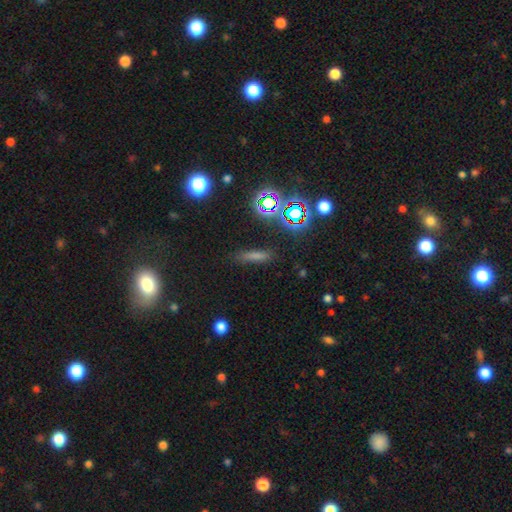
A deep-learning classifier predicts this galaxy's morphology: smooth_or_featured: smooth (p=0.56) [alt: star or artifact p=0.28]
how_rounded: cigar-shaped (p=0.77) [alt: in between p=0.17]
merging: none (p=0.82) [alt: minor disturbance p=0.11]